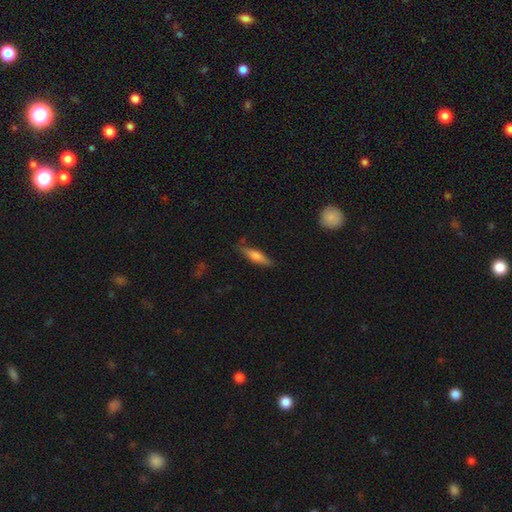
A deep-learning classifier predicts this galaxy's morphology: This is likely a smooth galaxy (69%). How rounded: likely cigar-shaped (68%). Merging: likely none (78%).